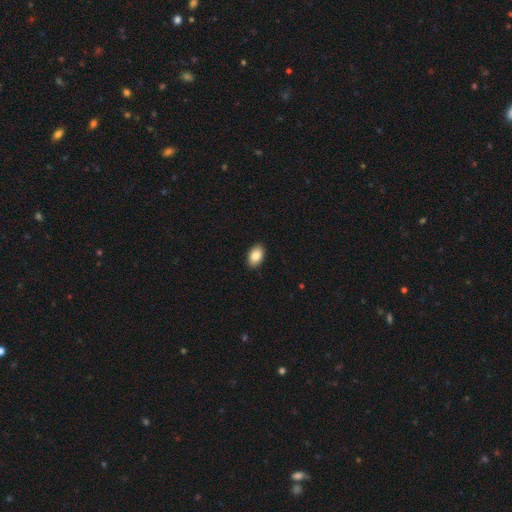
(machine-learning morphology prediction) Smooth or featured? Predicted: smooth (p=0.85). How rounded? Predicted: in between (p=0.90). Merging? Predicted: none (p=0.91).